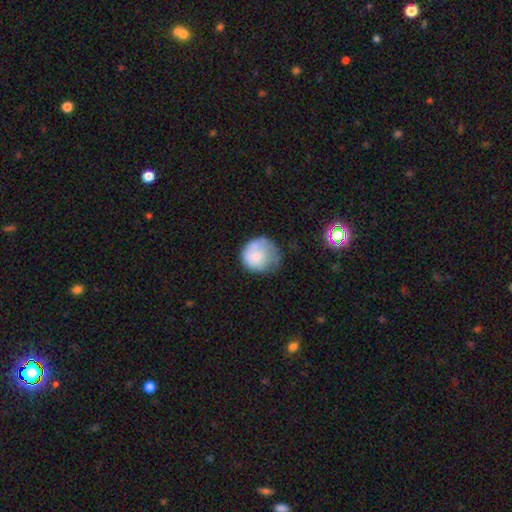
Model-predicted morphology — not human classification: A smooth galaxy with no disk features (67%) that is round (86%).

Vote fractions:
- Smooth or featured? smooth: 67% / featured or disk: 26% / star or artifact: 7%
- How rounded? round: 86% / in between: 13% / cigar-shaped: 1%
- Merging? none: 43% / minor disturbance: 33% / major disturbance: 21% / merger: 3%